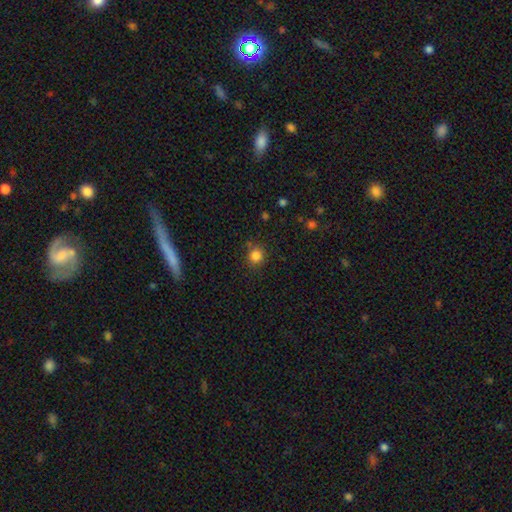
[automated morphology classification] Smooth or featured? smooth (83%)
How rounded? round (89%)
Merging? none (79%)